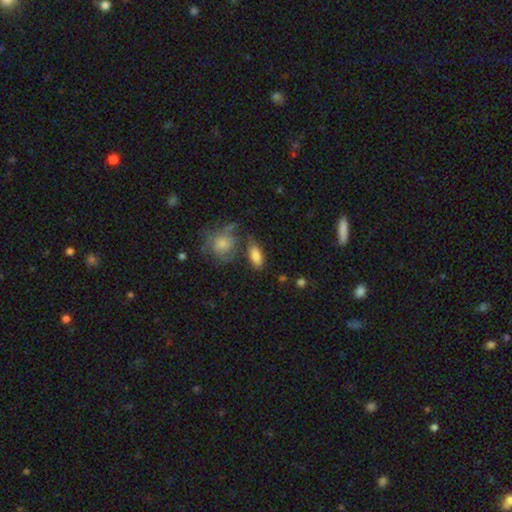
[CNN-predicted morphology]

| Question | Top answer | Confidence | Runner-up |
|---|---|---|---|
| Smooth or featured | smooth | 82% | featured or disk (11%) |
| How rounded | in between | 82% | cigar-shaped (12%) |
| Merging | none | 63% | minor disturbance (19%) |